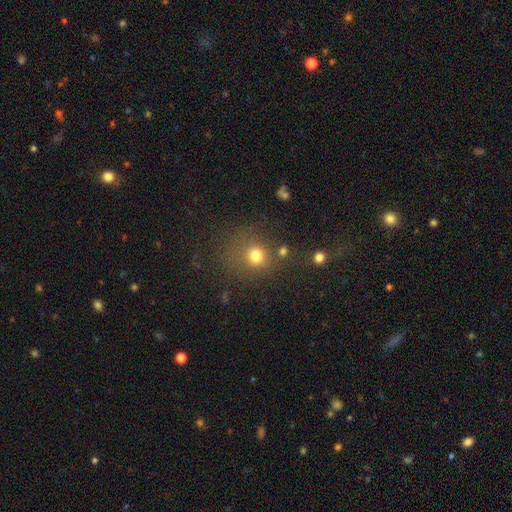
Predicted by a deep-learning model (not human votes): smooth-or-featured: smooth: 73% | star or artifact: 19% | featured or disk: 8%
  how-rounded: round: 82% | in between: 17% | cigar-shaped: 1%
  merging: none: 69% | minor disturbance: 14% | merger: 9% | major disturbance: 8%